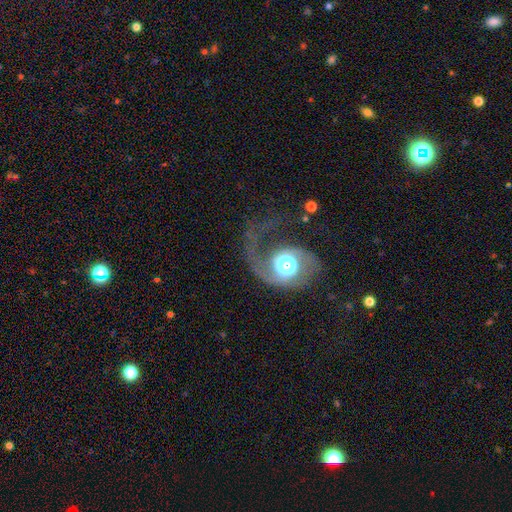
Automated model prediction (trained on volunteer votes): Smooth or featured? Predicted: featured or disk (p=0.78). Edge-on disk? Predicted: no (p=0.98). Bar? Predicted: no (p=0.70). Spiral arms? Predicted: yes (p=0.91). Spiral winding? Predicted: medium (p=0.45). Spiral arm count? Predicted: 2 (p=0.49). Bulge size? Predicted: large (p=0.41). Merging? Predicted: none (p=0.47).